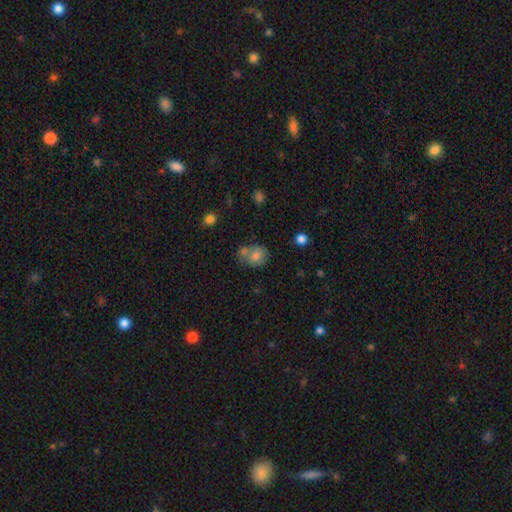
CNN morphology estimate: smooth_or_featured: smooth (p=0.78) [alt: featured or disk p=0.13]
how_rounded: round (p=0.65) [alt: in between p=0.34]
merging: none (p=0.44) [alt: merger p=0.35]